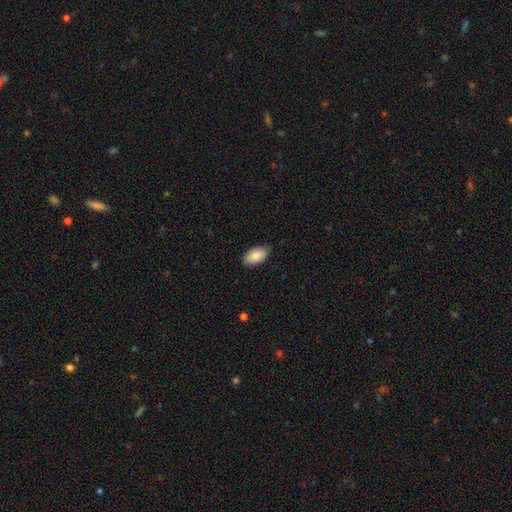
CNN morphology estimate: Q: Smooth or featured?
A: smooth (87%); runner-up: featured or disk (7%)
Q: How rounded?
A: in between (95%); runner-up: round (3%)
Q: Merging?
A: none (81%); runner-up: minor disturbance (15%)